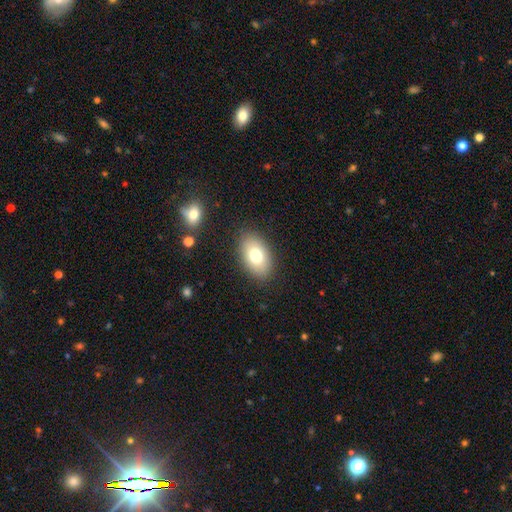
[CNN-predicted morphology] Smooth or featured: smooth — 76% (featured or disk — 15%)
How rounded: in between — 90% (round — 9%)
Merging: none — 86% (minor disturbance — 9%)